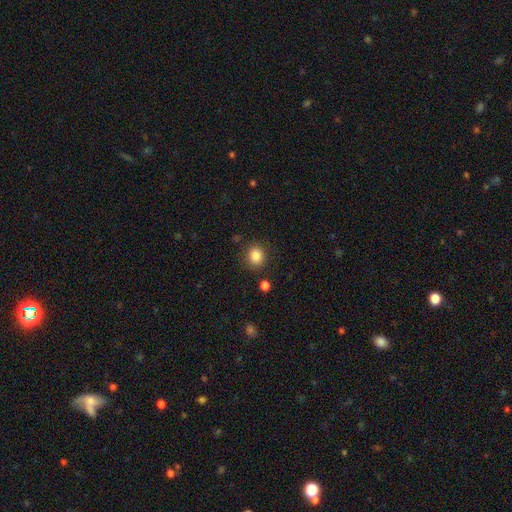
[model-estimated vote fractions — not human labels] Overall: smooth (87%). How rounded: round (73%). Merging: none (84%).